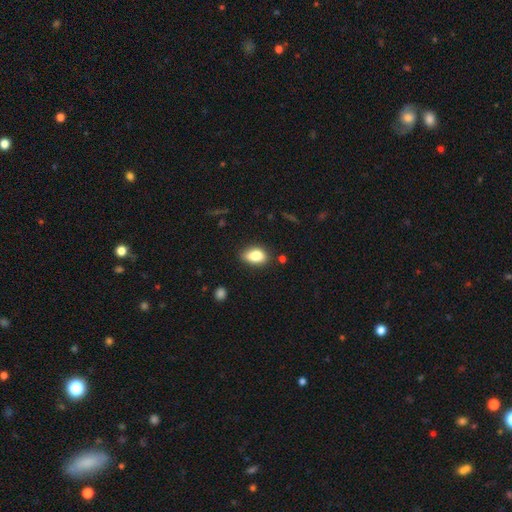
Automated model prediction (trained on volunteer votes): The model was most divided on "merging": none: 76%, minor disturbance: 18%, major disturbance: 3%, merger: 3%. More confident: how rounded — in between (86%); smooth or featured — smooth (84%).